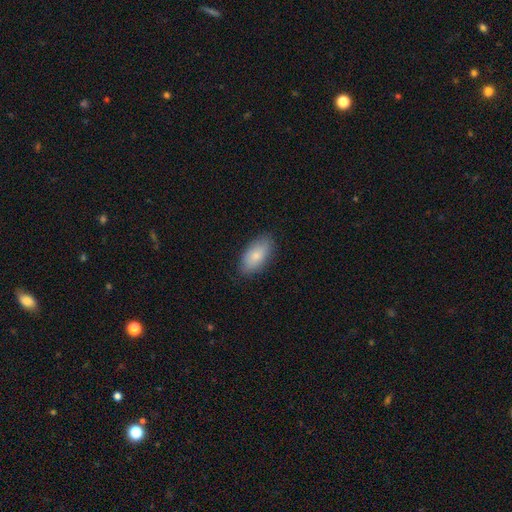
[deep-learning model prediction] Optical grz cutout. It shows a smooth galaxy with no disk features (81%) that is in between round and cigar-shaped (93%). Merging: none (84%).